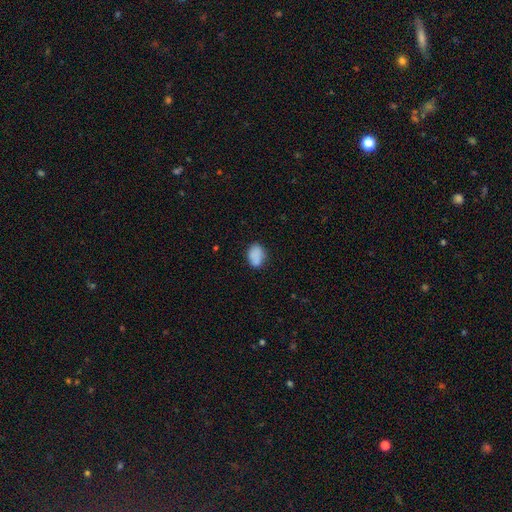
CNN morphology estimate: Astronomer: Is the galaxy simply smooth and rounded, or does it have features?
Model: smooth — 85%.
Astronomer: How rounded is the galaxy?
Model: in between — 80%.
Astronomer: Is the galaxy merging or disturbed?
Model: none — 72%.